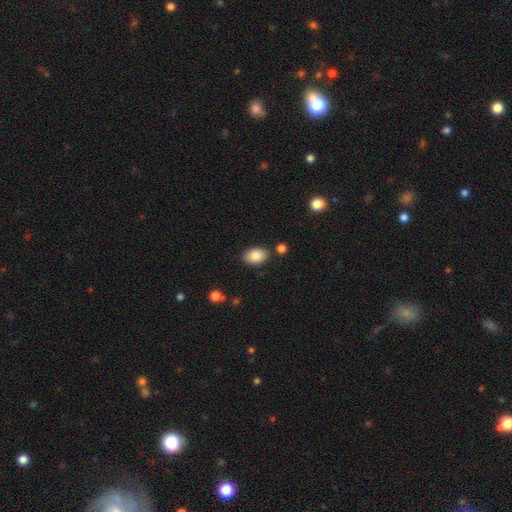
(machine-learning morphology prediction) Smooth or featured: smooth — 86% (star or artifact — 7%)
How rounded: in between — 89% (round — 10%)
Merging: none — 83% (minor disturbance — 10%)